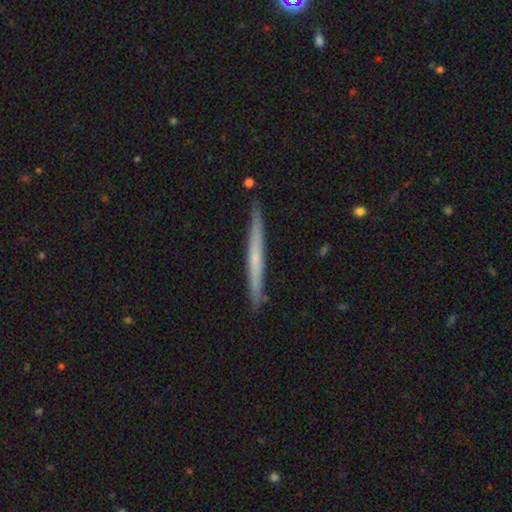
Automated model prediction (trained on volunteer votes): This is possibly a featured or disk galaxy (50%). It is clearly viewed edge-on (97%). Merging: clearly none (90%).